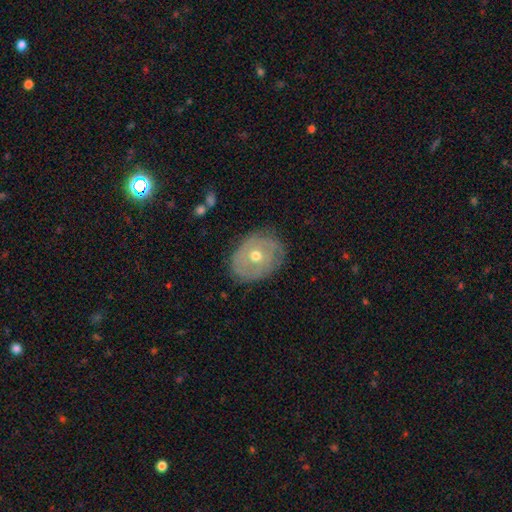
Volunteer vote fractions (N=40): Smooth or featured: featured or disk — 62% (smooth — 32%)
Edge-on disk: no — 96% (yes — 4%)
Bar: no — 100%
Spiral arms: no — 79% (yes — 21%)
Bulge size: moderate — 71% (small — 25%)
Merging: none — 82% (major disturbance — 11%)